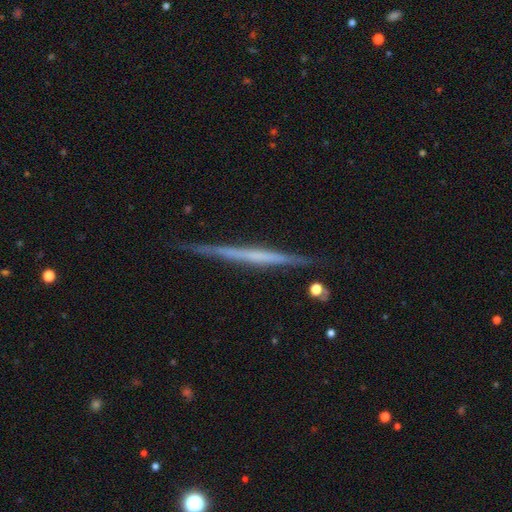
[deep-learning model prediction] This is likely a featured or disk galaxy (71%). It is clearly viewed edge-on (98%). Edge-on bulge: likely none (79%). Merging: clearly none (88%).